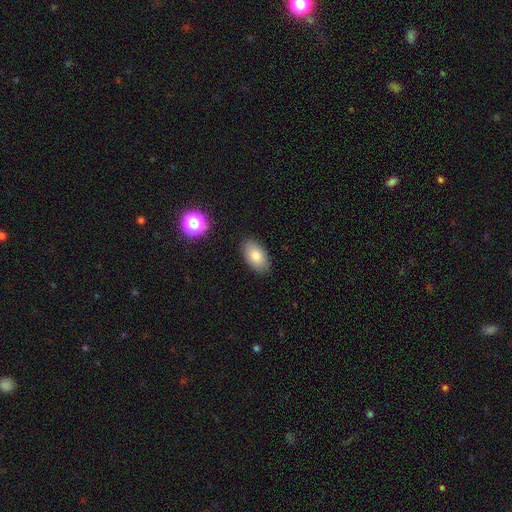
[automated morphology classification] This appears to be a smooth galaxy with no disk features (79%) that is in between round and cigar-shaped (93%). Merging: none (87%).